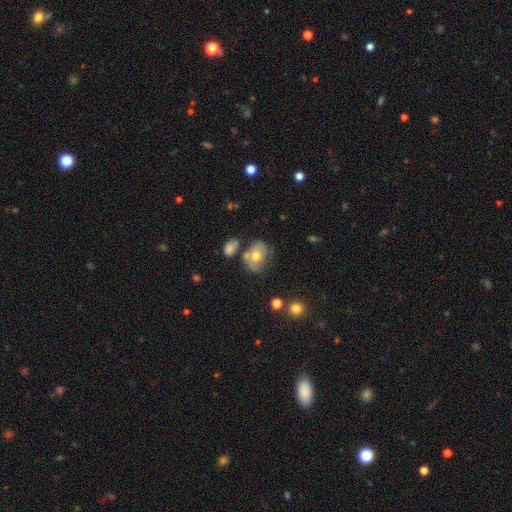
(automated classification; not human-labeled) A smooth galaxy with no disk features (49%). Merging: none (42%).